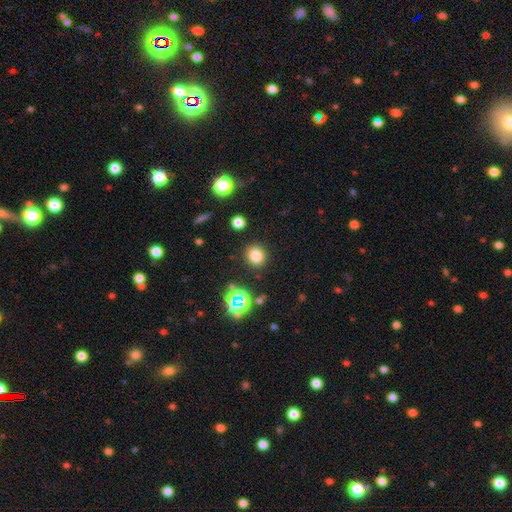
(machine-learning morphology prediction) The model was most divided on "smooth or featured": smooth: 77%, star or artifact: 17%, featured or disk: 6%. More confident: merging — none (88%); how rounded — round (83%).